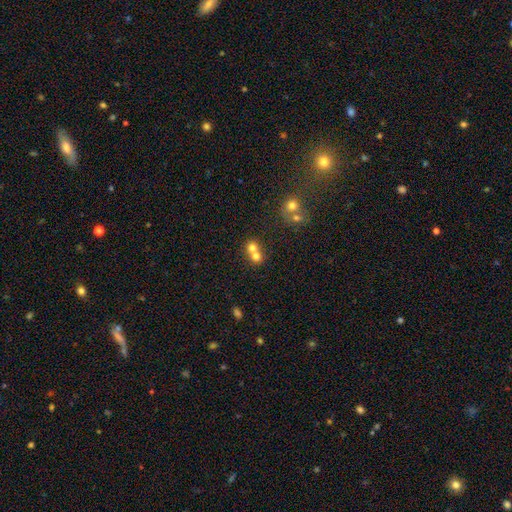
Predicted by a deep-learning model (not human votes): This is likely a smooth galaxy (72%). How rounded: clearly round (81%). Merging: likely merger (64%).